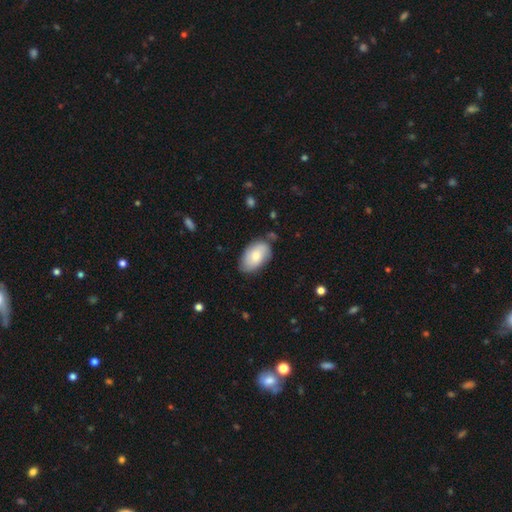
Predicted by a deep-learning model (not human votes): This is likely a smooth galaxy (65%). How rounded: clearly in between (93%). Merging: likely none (70%).